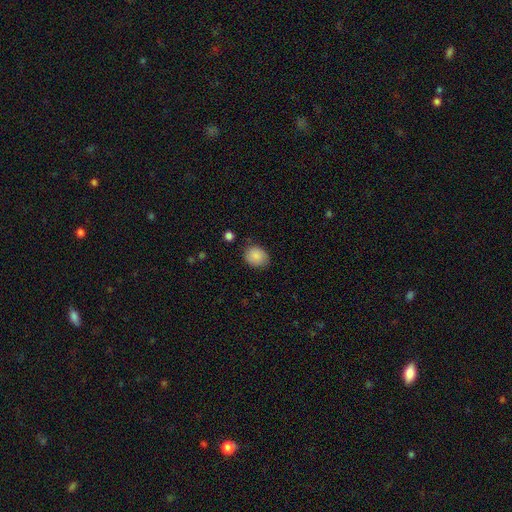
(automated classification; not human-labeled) Smooth or featured? Predicted: smooth (p=0.87). How rounded? Predicted: round (p=0.61). Merging? Predicted: none (p=0.79).